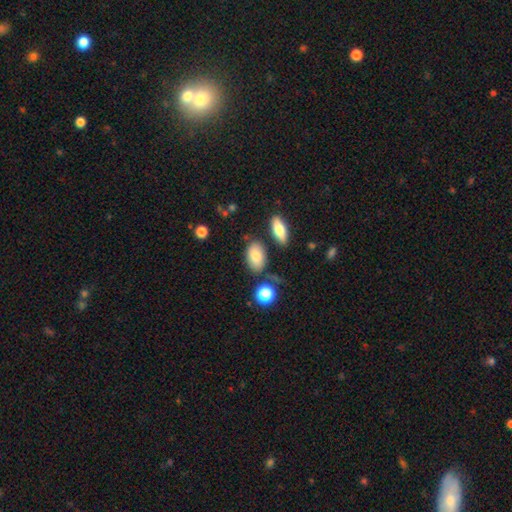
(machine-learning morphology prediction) The model was most divided on "merging": none: 74%, minor disturbance: 15%, merger: 7%, major disturbance: 4%. More confident: how rounded — in between (89%); smooth or featured — smooth (81%).